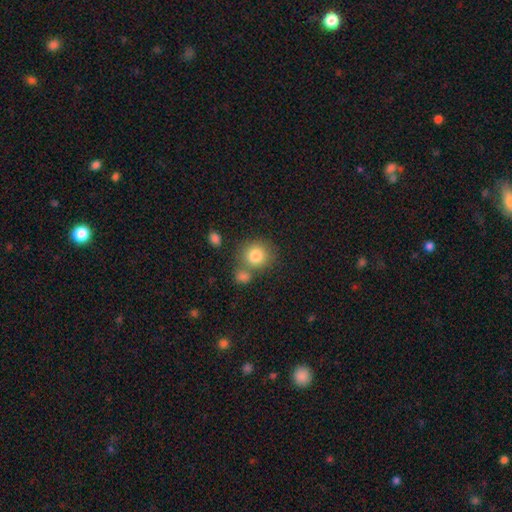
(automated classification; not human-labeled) smooth 82%, star or artifact 9%, featured or disk 8%. Down the decision tree: how rounded — round (83%); merging — none (61%).